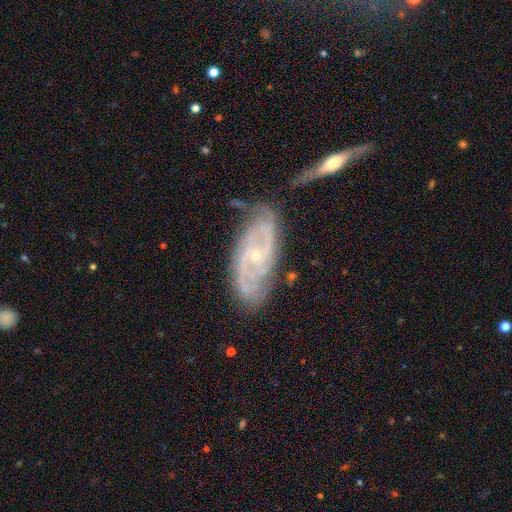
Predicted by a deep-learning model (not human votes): featured or disk 88%, smooth 7%, star or artifact 6%. Down the decision tree: edge-on disk — no (92%); bar — no (64%); spiral arms — yes (95%); spiral arm count — 2 (51%); spiral winding — tight (51%); bulge size — small (76%); merging — none (67%).